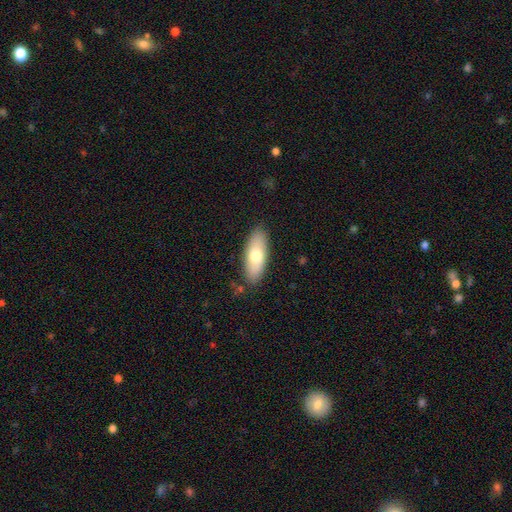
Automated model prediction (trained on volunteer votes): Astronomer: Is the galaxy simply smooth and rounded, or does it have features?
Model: smooth — 70%.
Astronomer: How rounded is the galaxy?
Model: in between — 77%.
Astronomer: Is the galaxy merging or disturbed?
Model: none — 86%.